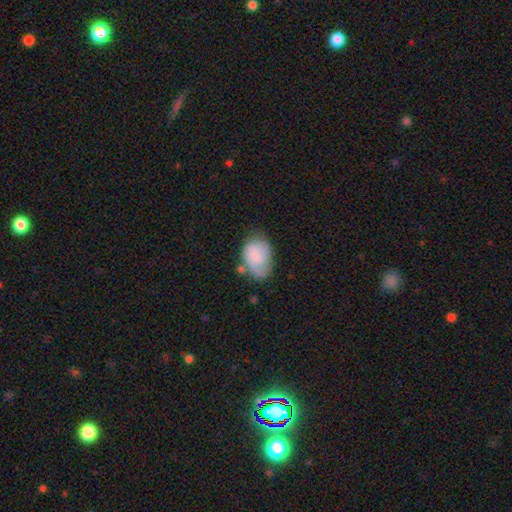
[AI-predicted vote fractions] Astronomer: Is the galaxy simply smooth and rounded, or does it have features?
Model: smooth — 71%.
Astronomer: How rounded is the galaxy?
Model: in between — 80%.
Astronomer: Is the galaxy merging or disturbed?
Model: none — 45% (runner-up: minor disturbance, 33%).